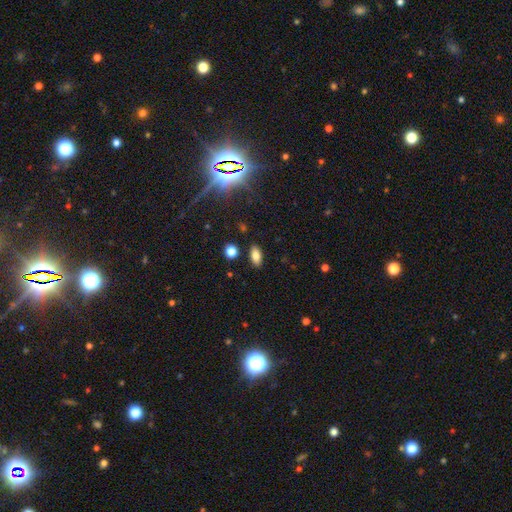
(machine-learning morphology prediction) Overall: smooth (79%). How rounded: in between (87%). Merging: none (87%).